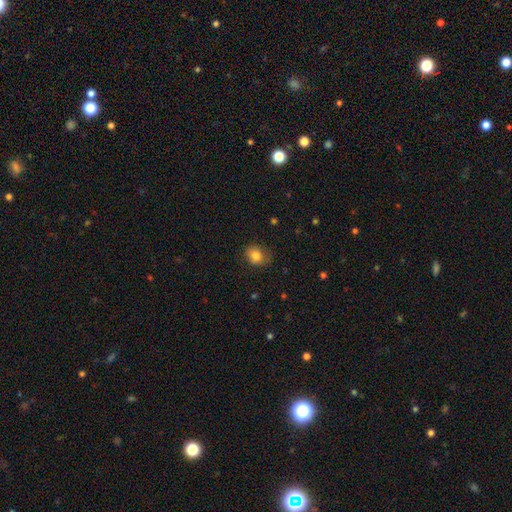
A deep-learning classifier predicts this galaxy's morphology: Smooth or featured? smooth (83%)
How rounded? round (56%)
Merging? none (75%)